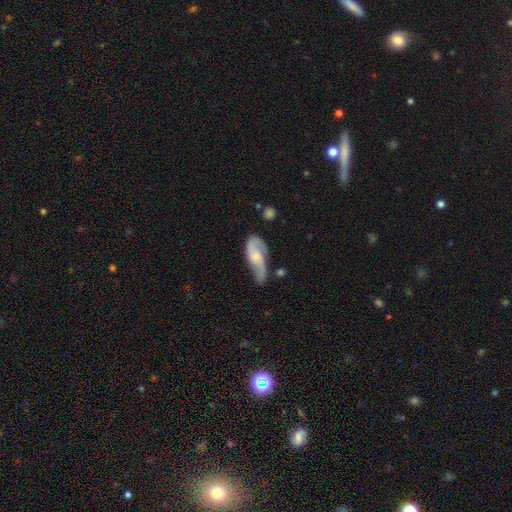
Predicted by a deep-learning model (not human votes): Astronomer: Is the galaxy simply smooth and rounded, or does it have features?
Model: featured or disk — 68%.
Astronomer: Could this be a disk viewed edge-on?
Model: no — 93%.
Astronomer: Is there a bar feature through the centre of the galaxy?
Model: no — 58% (runner-up: weak, 34%).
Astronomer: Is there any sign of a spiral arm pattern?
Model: yes — 90%.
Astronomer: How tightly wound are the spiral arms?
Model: medium — 41%, tied with loose at 41%.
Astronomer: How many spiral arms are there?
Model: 2 — 80%.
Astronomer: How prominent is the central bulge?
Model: small — 42% (runner-up: moderate, 34%).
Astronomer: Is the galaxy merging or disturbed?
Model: none — 44% (runner-up: minor disturbance, 31%).